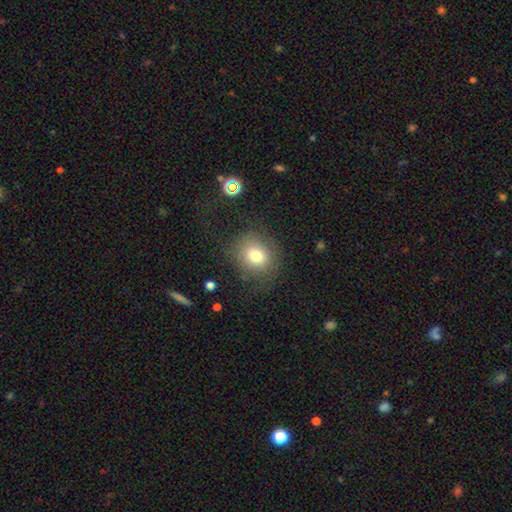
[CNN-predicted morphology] The model was most divided on "how rounded": round: 70%, in between: 30%, cigar-shaped: 1%. More confident: merging — none (77%); smooth or featured — smooth (75%).